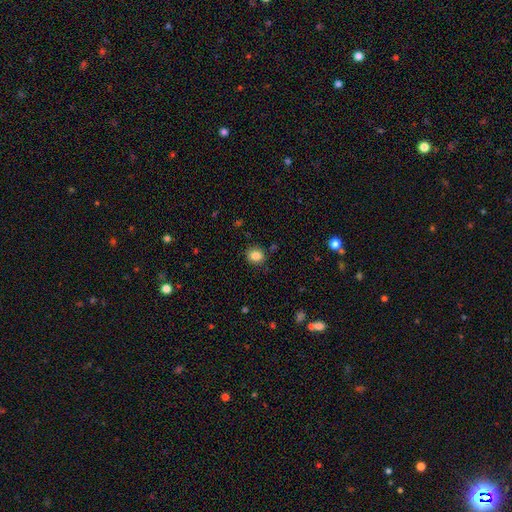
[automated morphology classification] This is clearly a smooth galaxy (85%). How rounded: likely round (76%). Merging: clearly none (85%).